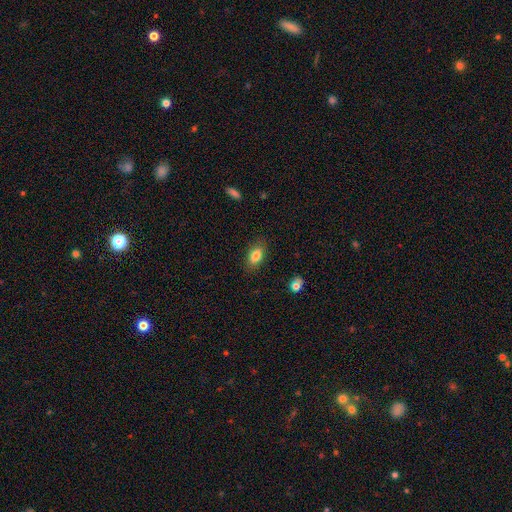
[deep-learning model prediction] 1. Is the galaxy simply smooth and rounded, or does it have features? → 84% smooth, 9% featured or disk, 8% star or artifact.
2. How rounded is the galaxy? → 89% in between, 8% round, 3% cigar-shaped.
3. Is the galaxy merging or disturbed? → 84% none, 12% minor disturbance, 3% major disturbance, 1% merger.